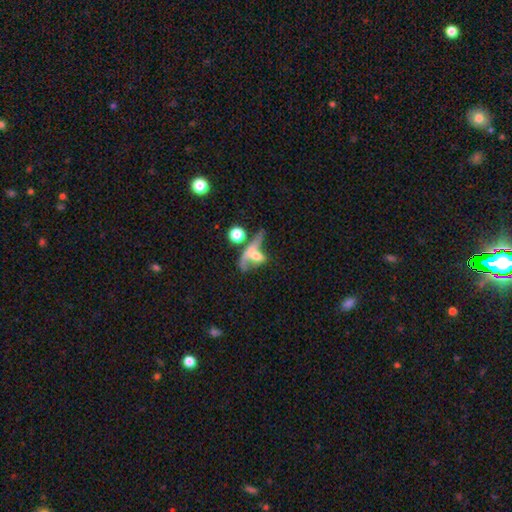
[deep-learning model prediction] Overall: featured or disk (45%; smooth 42%). Merging: merger (38%; major disturbance 27%).